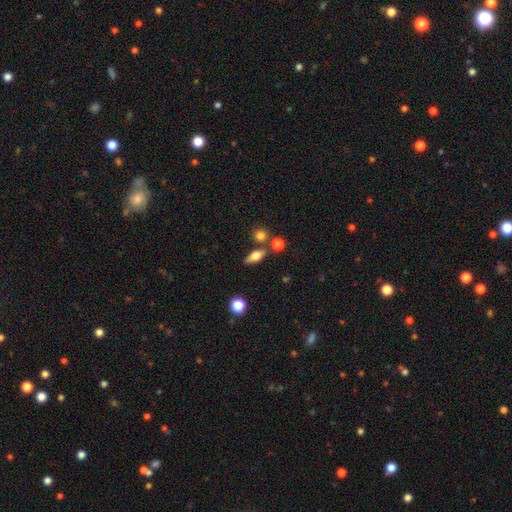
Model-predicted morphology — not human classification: smooth 60%, featured or disk 30%, star or artifact 10%. Down the decision tree: how rounded — in between (64%); merging — none (71%).